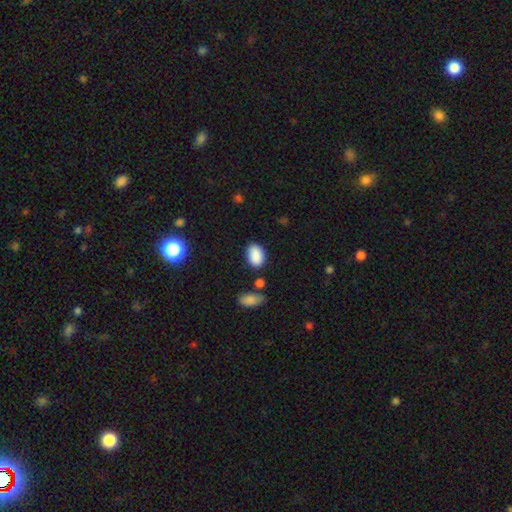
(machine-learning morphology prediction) smooth 88%, star or artifact 8%, featured or disk 4%. Down the decision tree: how rounded — in between (86%); merging — none (77%).